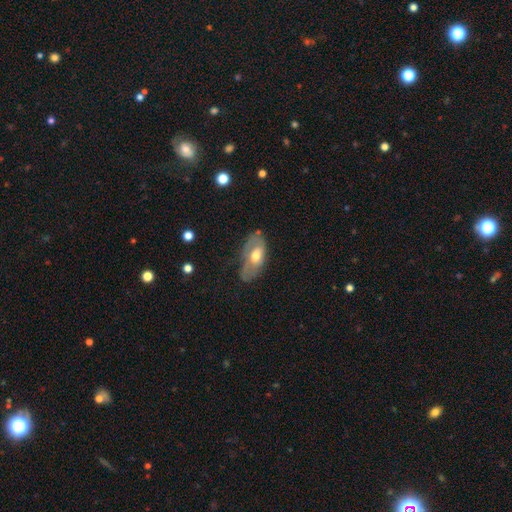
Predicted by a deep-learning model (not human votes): smooth 48%, featured or disk 45%, star or artifact 6%. Down the decision tree: merging — none (47%).